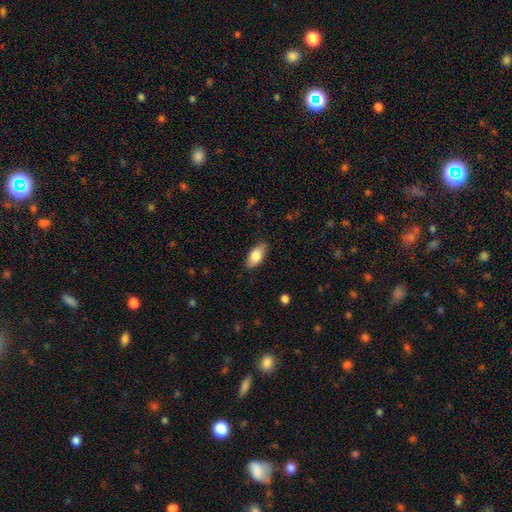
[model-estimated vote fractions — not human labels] Overall: smooth (79%). How rounded: in between (89%). Merging: none (85%).